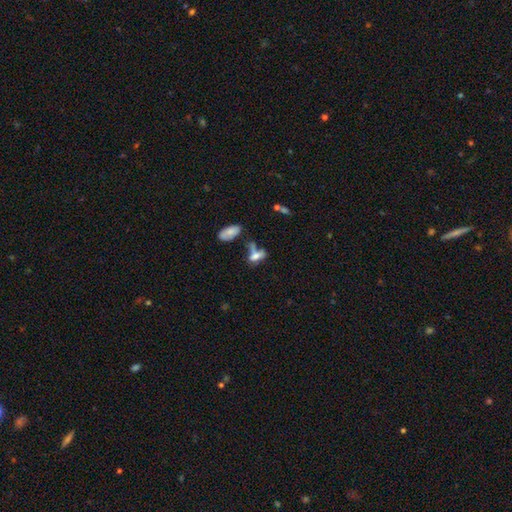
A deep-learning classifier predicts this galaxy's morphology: The model was most divided on "merging": none: 35%, merger: 31%, minor disturbance: 18%, major disturbance: 15%. More confident: how rounded — in between (74%); smooth or featured — smooth (66%).